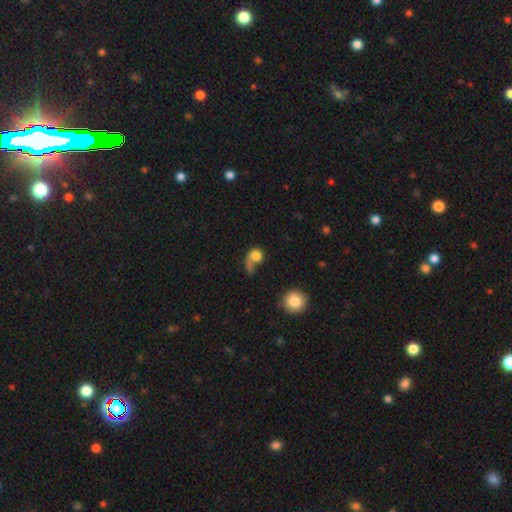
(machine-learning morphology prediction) This appears to be a smooth galaxy with no disk features (69%) that is round (70%). Merging: major disturbance (35%).